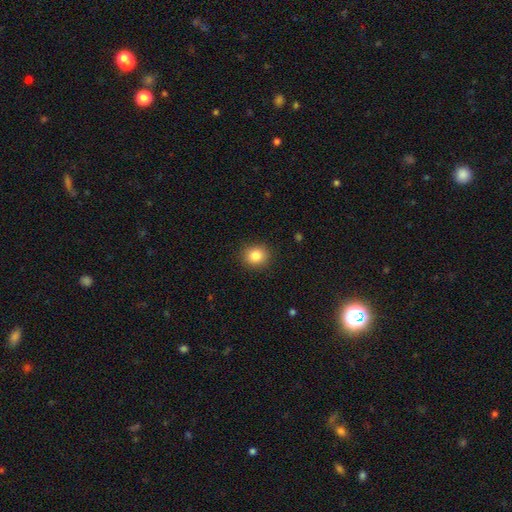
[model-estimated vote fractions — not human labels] A smooth galaxy with no disk features (84%) that is round (80%).

Vote fractions:
- Smooth or featured? smooth: 84% / star or artifact: 10% / featured or disk: 6%
- How rounded? round: 80% / in between: 19% / cigar-shaped: 1%
- Merging? none: 90% / minor disturbance: 7% / major disturbance: 2% / merger: 1%